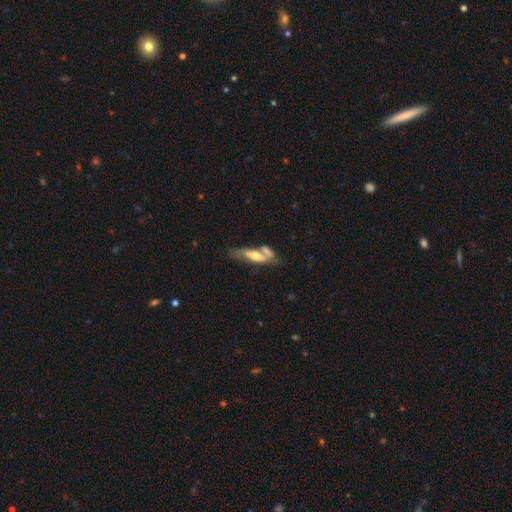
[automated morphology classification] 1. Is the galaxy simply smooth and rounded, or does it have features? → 54% featured or disk, 40% smooth, 6% star or artifact.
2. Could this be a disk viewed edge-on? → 51% no, 49% yes.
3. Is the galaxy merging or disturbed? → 35% merger, 34% none, 19% minor disturbance, 12% major disturbance.